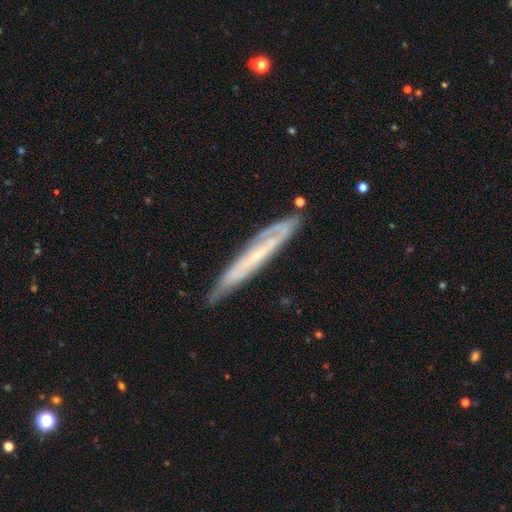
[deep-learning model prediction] Smooth or featured? featured or disk (68%)
Edge-on disk? yes (69%)
Merging? none (77%)